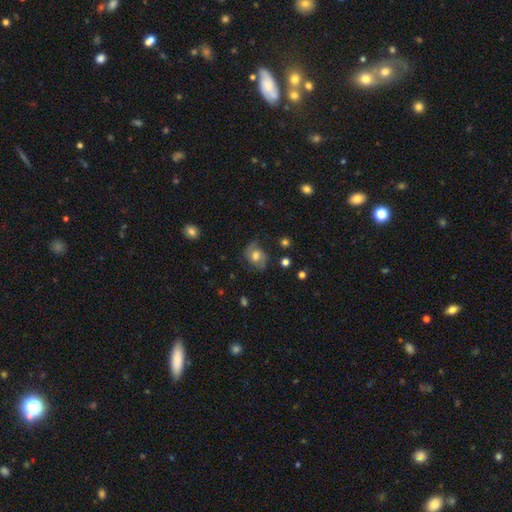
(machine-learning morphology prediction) type=featured or disk (48%); merging=none (64%).